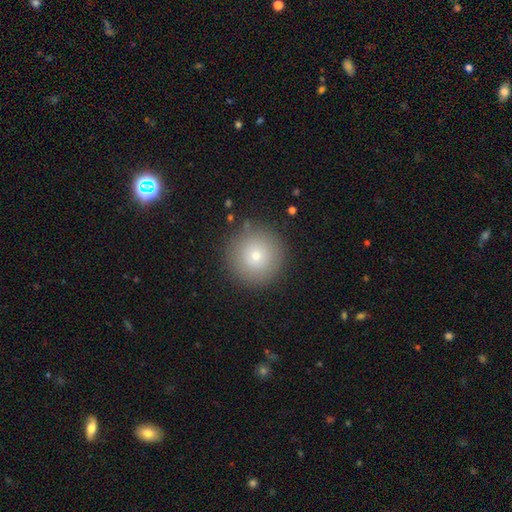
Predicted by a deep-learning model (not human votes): Smooth or featured? smooth (74%)
How rounded? round (96%)
Merging? none (88%)